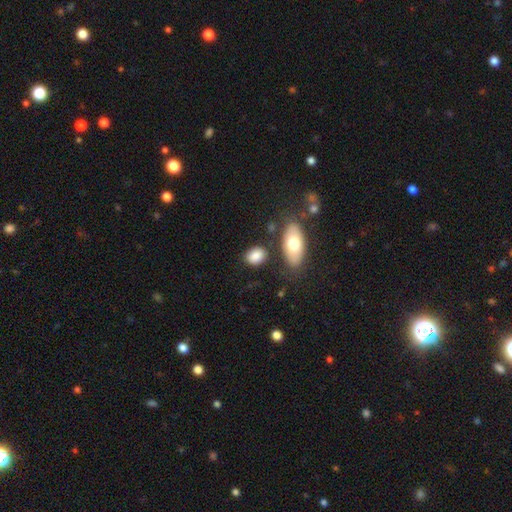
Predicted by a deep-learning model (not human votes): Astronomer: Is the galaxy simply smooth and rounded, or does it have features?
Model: smooth — 84%.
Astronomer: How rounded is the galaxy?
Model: in between — 74%.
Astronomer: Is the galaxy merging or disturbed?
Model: none — 76%.